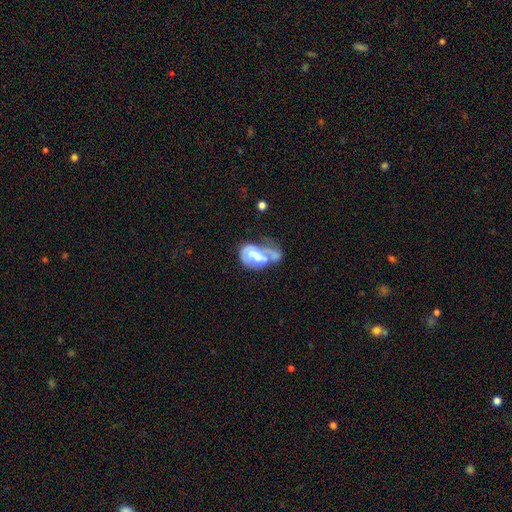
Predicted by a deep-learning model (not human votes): featured or disk 57%, smooth 35%, star or artifact 8%. Down the decision tree: edge-on disk — no (96%); bar — no (52%); spiral arms — no (53%); bulge size — moderate (35%); merging — major disturbance (36%).